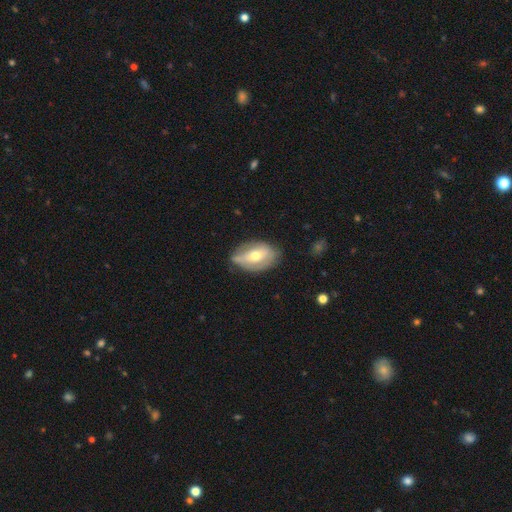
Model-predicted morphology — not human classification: featured or disk 50%, smooth 43%, star or artifact 7%. Down the decision tree: edge-on disk — no (88%); merging — none (60%).